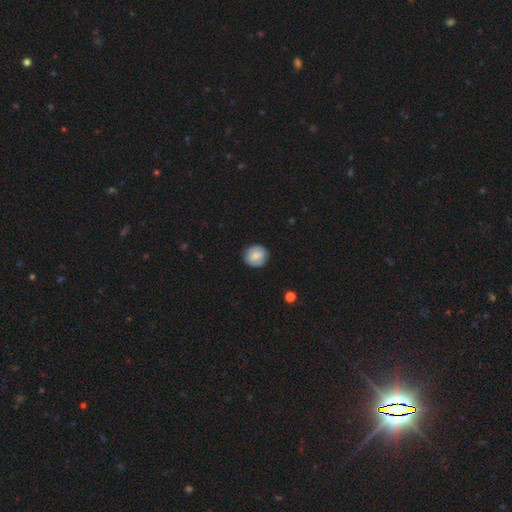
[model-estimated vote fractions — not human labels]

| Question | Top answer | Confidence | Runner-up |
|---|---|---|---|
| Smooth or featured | smooth | 77% | featured or disk (16%) |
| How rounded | round | 87% | in between (12%) |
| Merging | none | 87% | minor disturbance (10%) |